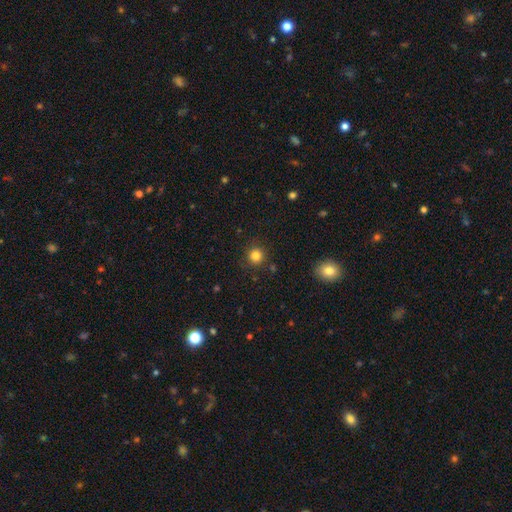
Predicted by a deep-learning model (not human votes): The model was most divided on "smooth or featured": smooth: 82%, star or artifact: 13%, featured or disk: 5%. More confident: how rounded — round (94%); merging — none (88%).